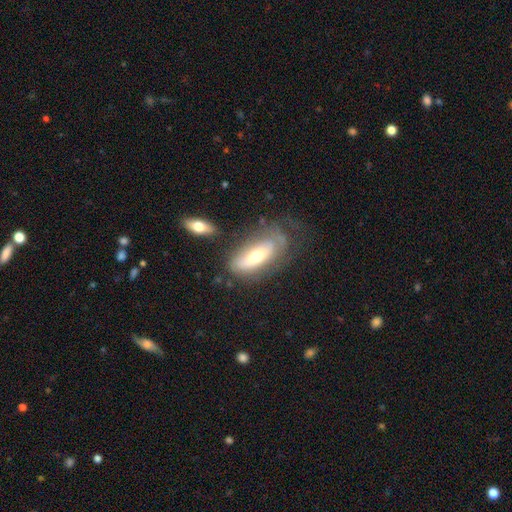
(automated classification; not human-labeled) Overall: smooth (48%; featured or disk 45%). Merging: none (47%; minor disturbance 25%).